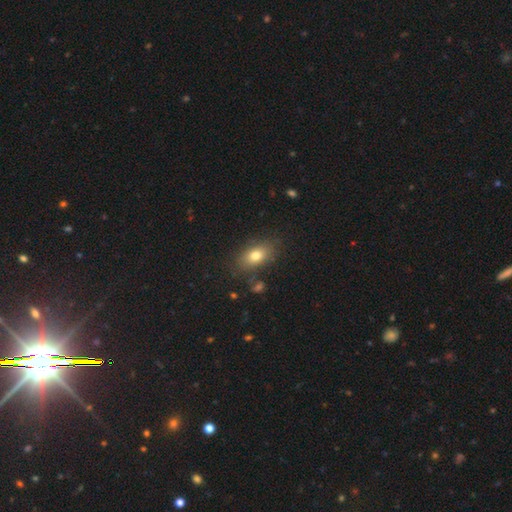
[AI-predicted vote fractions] Q: Smooth or featured?
A: smooth (77%); runner-up: featured or disk (13%)
Q: How rounded?
A: in between (84%); runner-up: round (13%)
Q: Merging?
A: none (80%); runner-up: minor disturbance (12%)